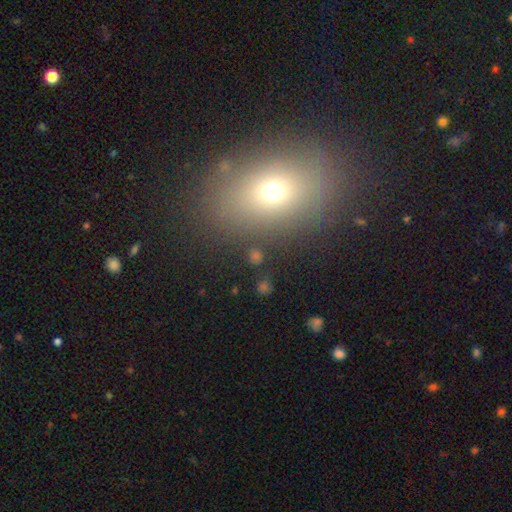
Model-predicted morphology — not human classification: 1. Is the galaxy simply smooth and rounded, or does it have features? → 63% smooth, 24% star or artifact, 14% featured or disk.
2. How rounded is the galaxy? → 55% in between, 42% round, 3% cigar-shaped.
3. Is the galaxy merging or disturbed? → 80% none, 10% minor disturbance, 5% merger, 5% major disturbance.